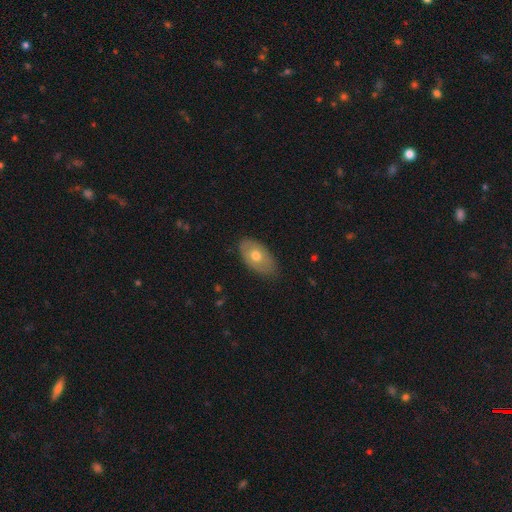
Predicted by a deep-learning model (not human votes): A smooth galaxy with no disk features (59%) that is in between round and cigar-shaped (92%). Merging: none (76%).